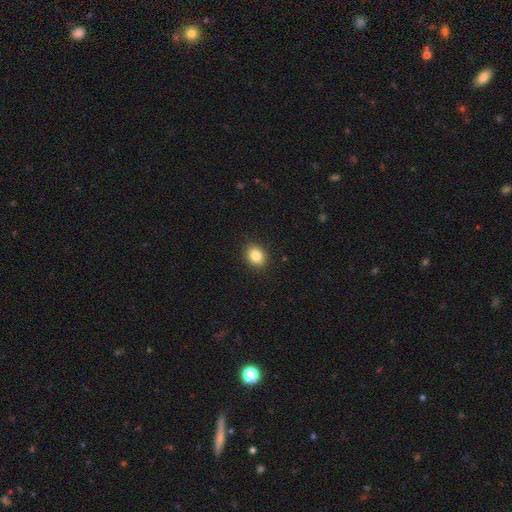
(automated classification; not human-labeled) Smooth or featured: smooth — 85% (star or artifact — 9%)
How rounded: in between — 55% (round — 44%)
Merging: none — 90% (minor disturbance — 7%)